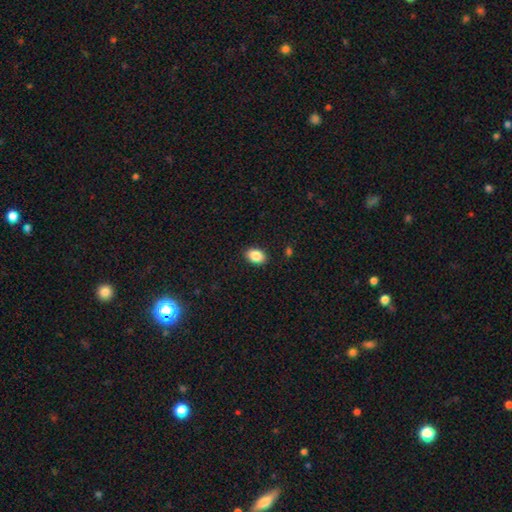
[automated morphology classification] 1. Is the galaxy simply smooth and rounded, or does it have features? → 87% smooth, 8% star or artifact, 5% featured or disk.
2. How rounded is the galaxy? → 82% in between, 17% round, 1% cigar-shaped.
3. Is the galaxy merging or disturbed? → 89% none, 8% minor disturbance, 2% major disturbance, 1% merger.